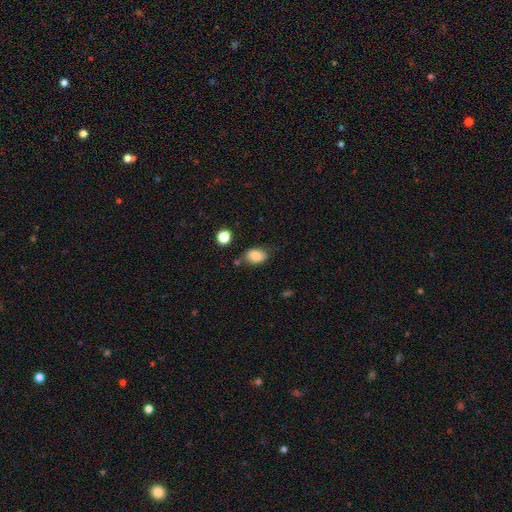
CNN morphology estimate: type=smooth (83%); roundness=in between (83%); merging=none (71%).